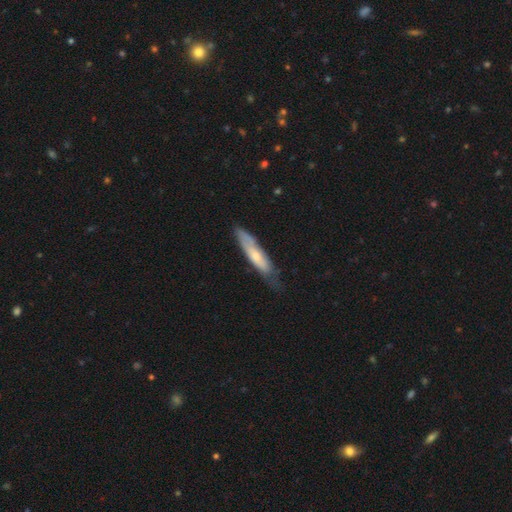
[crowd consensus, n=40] This is possibly a smooth galaxy (52%). How rounded: likely cigar-shaped (67%). Merging: likely none (69%).